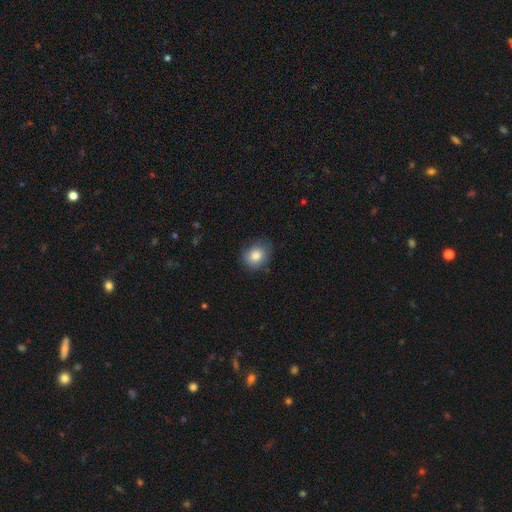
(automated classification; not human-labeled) The model was most divided on "how rounded": round: 62%, in between: 37%, cigar-shaped: 1%. More confident: smooth or featured — smooth (83%); merging — none (75%).